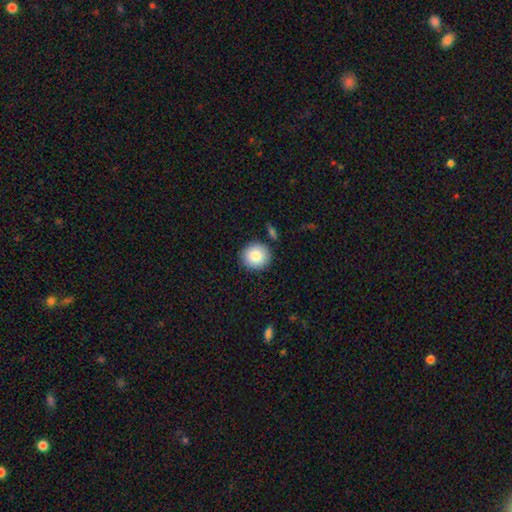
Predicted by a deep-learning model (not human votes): Q: Smooth or featured?
A: smooth (86%); runner-up: star or artifact (8%)
Q: How rounded?
A: round (93%); runner-up: in between (7%)
Q: Merging?
A: none (87%); runner-up: minor disturbance (8%)